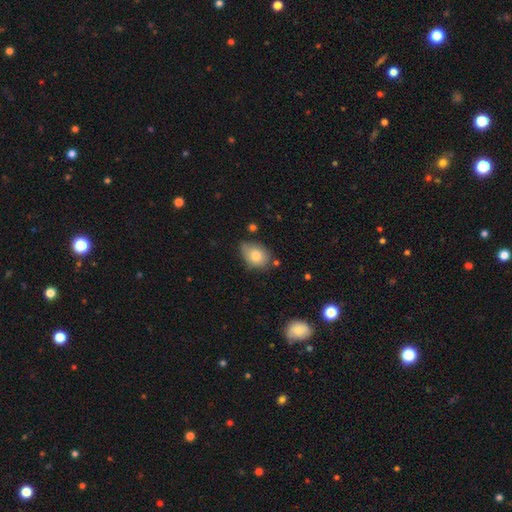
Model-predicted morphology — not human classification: Smooth or featured? smooth (77%)
How rounded? in between (70%)
Merging? none (57%)